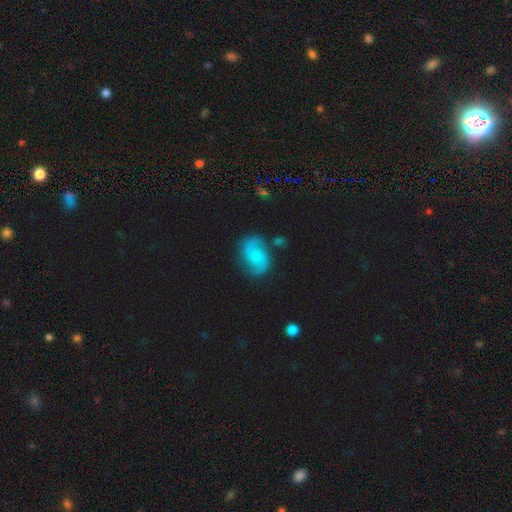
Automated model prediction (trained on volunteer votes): smooth-or-featured: featured or disk: 80% | smooth: 13% | star or artifact: 7%
  disk-edge-on: no: 98% | yes: 2%
    bar: no: 59% | weak: 35% | strong: 6%
    has-spiral-arms: yes: 96% | no: 4%
      spiral-winding: medium: 49% | loose: 36% | tight: 15%
      spiral-arm-count: 2: 93% | can't tell: 3% | 1: 1% | 3: 1% | 4: 1% | more than 4: 1%
    bulge-size: none: 37% (tied) | small: 37% (tied) | moderate: 20% | large: 4% | dominant: 2%
  merging: none: 77% | minor disturbance: 15% | major disturbance: 5% | merger: 4%